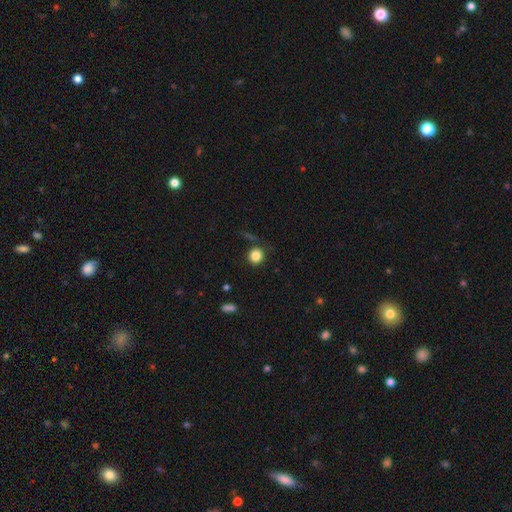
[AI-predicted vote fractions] The model was most divided on "merging": none: 82%, minor disturbance: 11%, merger: 4%, major disturbance: 4%. More confident: how rounded — round (88%); smooth or featured — smooth (84%).